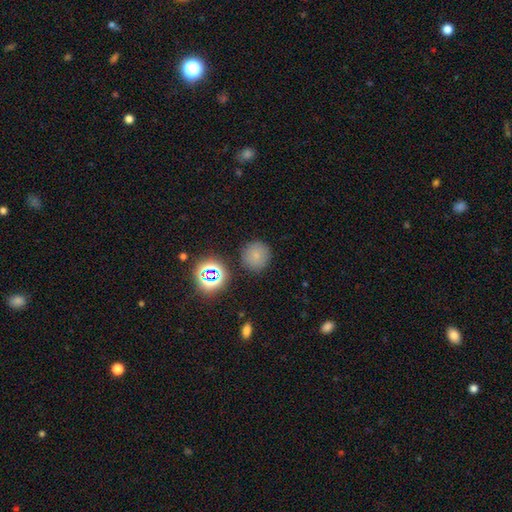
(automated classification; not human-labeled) Morphology: type=smooth (71%); roundness=round (93%); merging=none (86%).